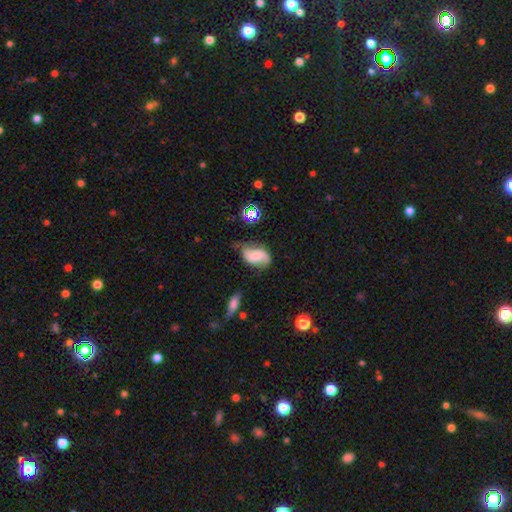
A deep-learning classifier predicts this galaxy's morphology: This appears to be a featured or disk galaxy (51%). Merging: none (49%).